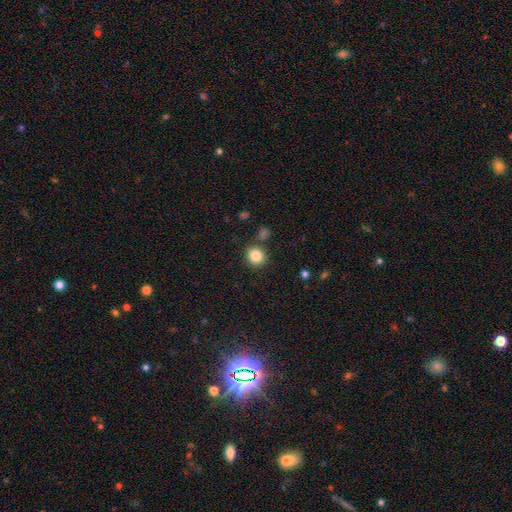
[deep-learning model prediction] Smooth or featured: smooth — 85% (star or artifact — 10%)
How rounded: round — 82% (in between — 17%)
Merging: none — 82% (minor disturbance — 9%)